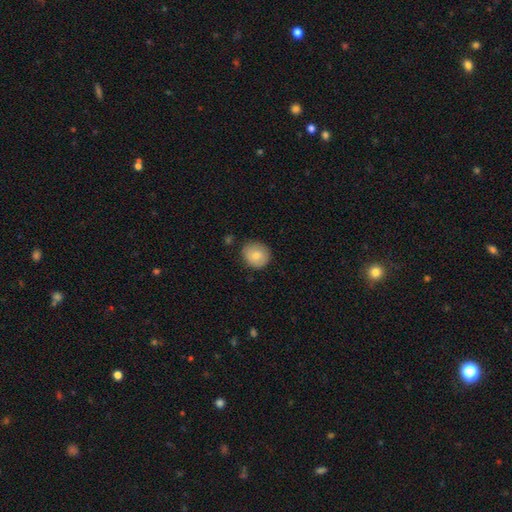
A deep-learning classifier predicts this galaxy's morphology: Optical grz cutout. It shows a smooth galaxy with no disk features (76%) that is round (82%). Merging: none (79%).